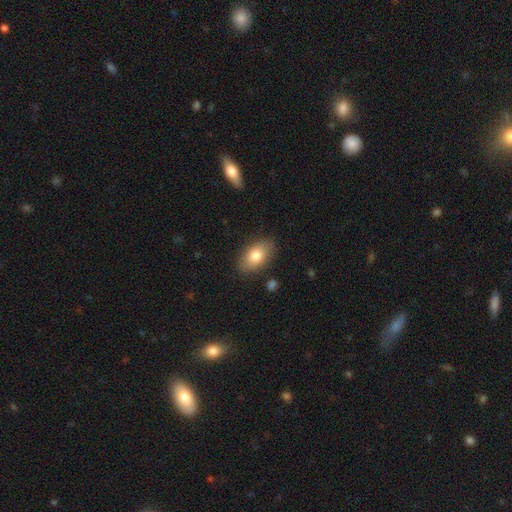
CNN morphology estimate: A smooth galaxy with no disk features (79%) that is in between round and cigar-shaped (91%). Merging: none (85%).